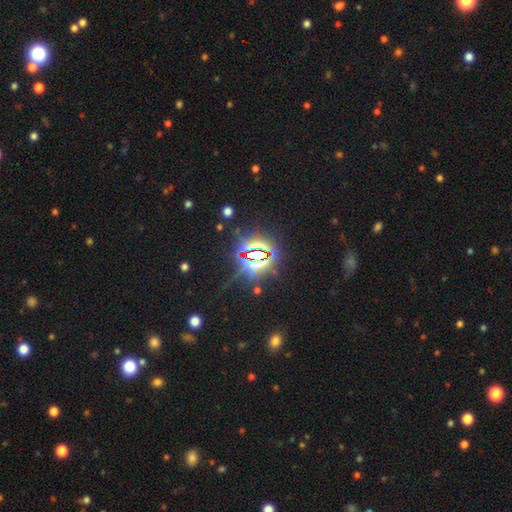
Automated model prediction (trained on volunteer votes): Smooth or featured: star or artifact — 83% (smooth — 11%)